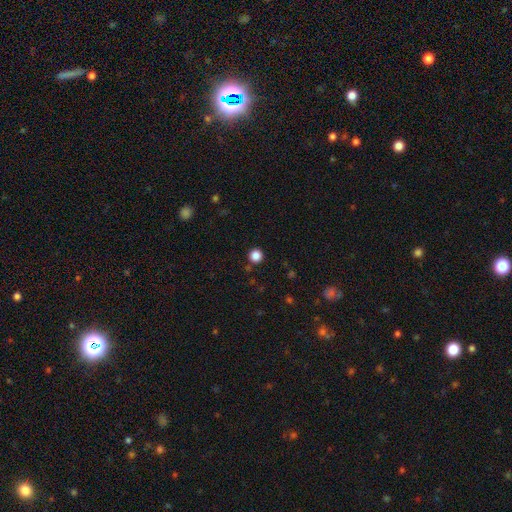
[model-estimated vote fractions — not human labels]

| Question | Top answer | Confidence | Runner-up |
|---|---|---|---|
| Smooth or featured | smooth | 85% | star or artifact (12%) |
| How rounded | round | 96% | in between (3%) |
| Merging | none | 91% | minor disturbance (5%) |